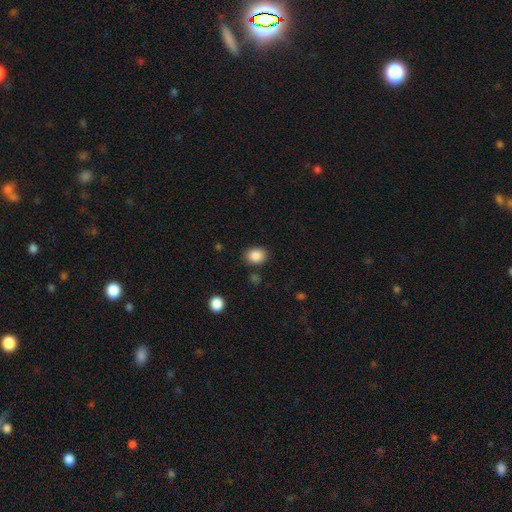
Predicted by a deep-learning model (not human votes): Morphology: type=smooth (87%); roundness=round (50%); merging=none (84%).